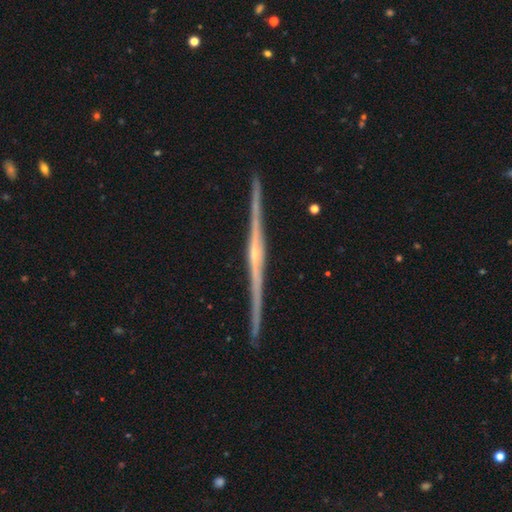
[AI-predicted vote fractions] featured or disk 90%, smooth 6%, star or artifact 4%. Down the decision tree: edge-on disk — yes (99%); edge-on bulge — rounded (66%); merging — none (92%).